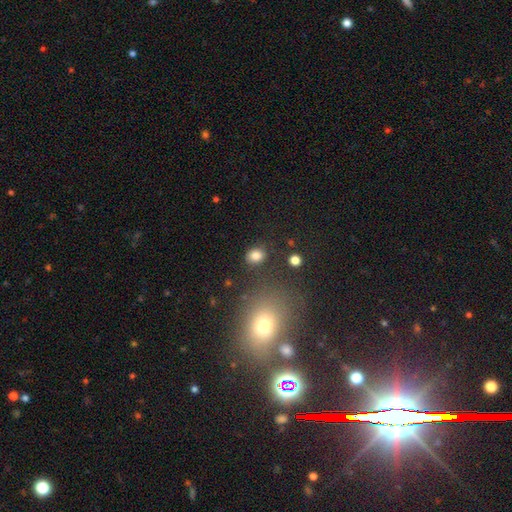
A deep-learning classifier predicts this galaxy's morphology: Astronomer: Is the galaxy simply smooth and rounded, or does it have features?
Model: smooth — 83%.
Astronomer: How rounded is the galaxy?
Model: round — 57% (runner-up: in between, 42%).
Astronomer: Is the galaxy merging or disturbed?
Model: none — 84%.